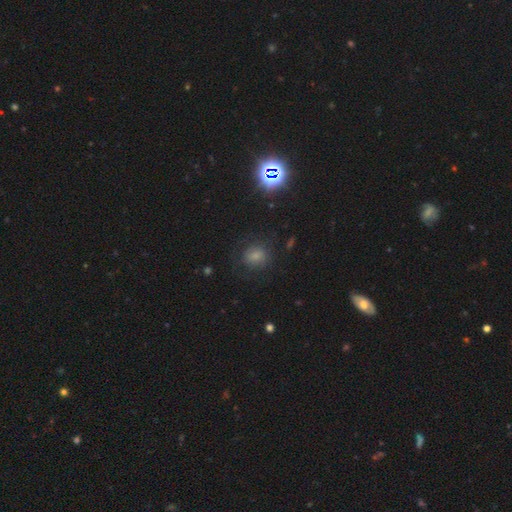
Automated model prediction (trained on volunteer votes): A smooth galaxy with no disk features (67%) that is round (70%). Merging: none (74%).